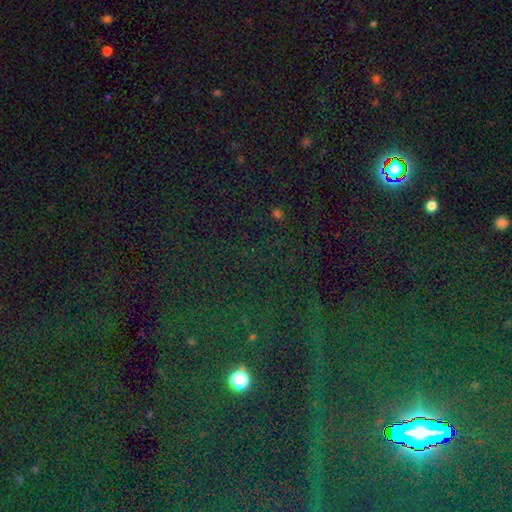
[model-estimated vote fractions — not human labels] Smooth or featured? Predicted: star or artifact (p=0.82).